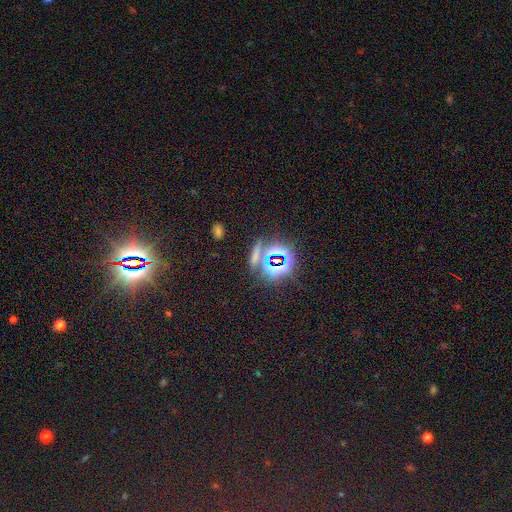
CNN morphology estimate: This appears to be a star or artifact, not a galaxy (58%).